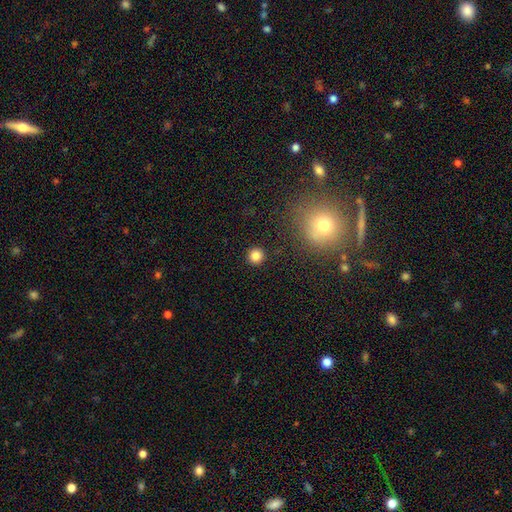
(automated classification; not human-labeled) A smooth galaxy with no disk features (83%) that is round (95%). Merging: none (92%).